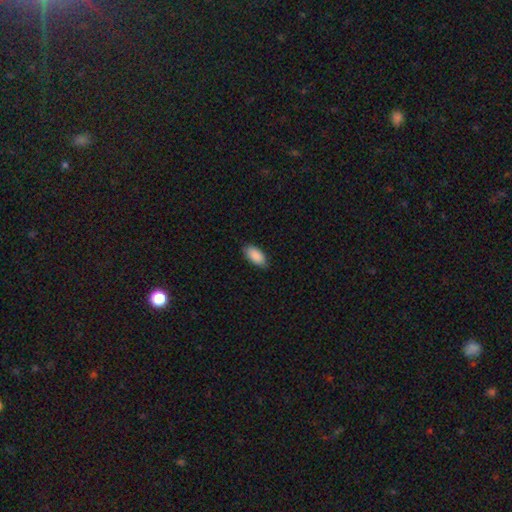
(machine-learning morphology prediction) smooth-or-featured: smooth: 90% | star or artifact: 6% | featured or disk: 4%
  how-rounded: in between: 93% | cigar-shaped: 5% | round: 2%
  merging: none: 85% | minor disturbance: 12% | major disturbance: 2% | merger: 1%